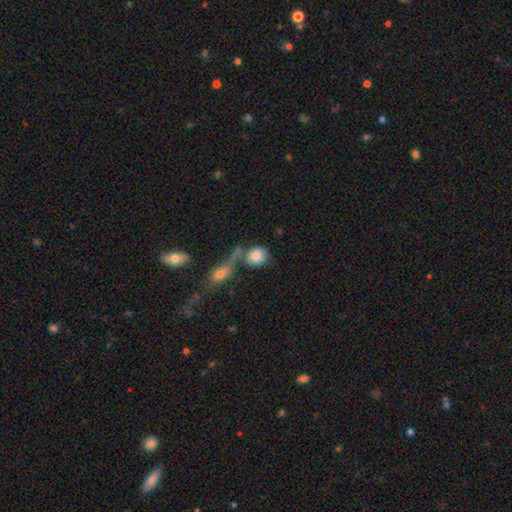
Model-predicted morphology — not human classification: The model was most divided on "merging": none: 45%, merger: 37%, minor disturbance: 11%, major disturbance: 7%. More confident: smooth or featured — smooth (80%); how rounded — round (73%).